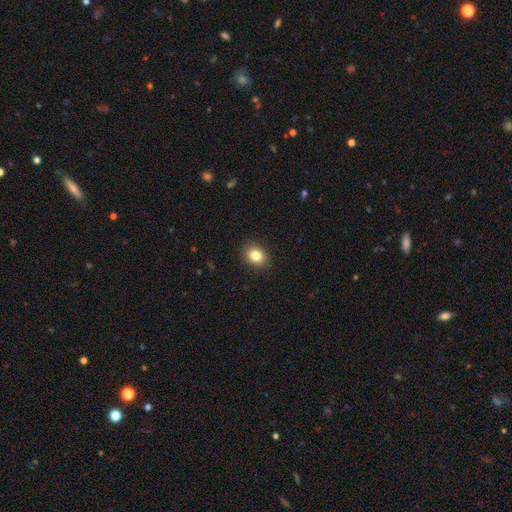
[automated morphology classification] type=smooth (83%); roundness=in between (52%); merging=none (89%).